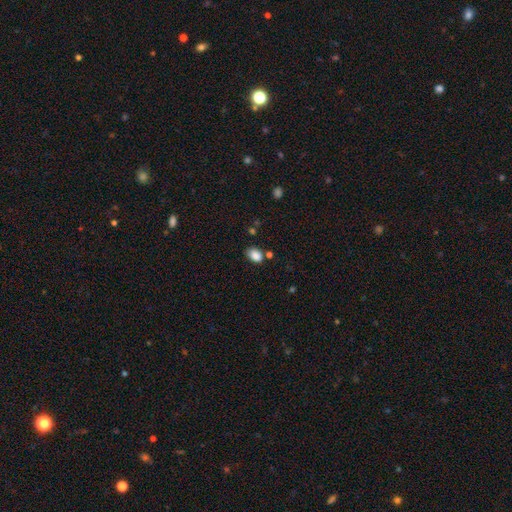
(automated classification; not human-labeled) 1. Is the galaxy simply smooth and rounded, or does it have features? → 86% smooth, 9% star or artifact, 4% featured or disk.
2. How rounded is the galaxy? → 80% in between, 18% round, 1% cigar-shaped.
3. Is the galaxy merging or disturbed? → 70% none, 17% minor disturbance, 9% merger, 4% major disturbance.